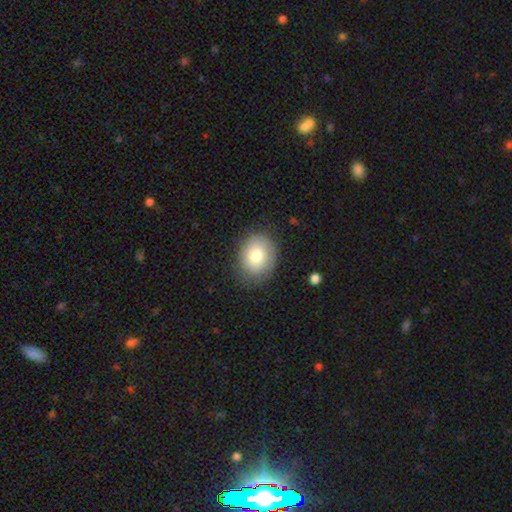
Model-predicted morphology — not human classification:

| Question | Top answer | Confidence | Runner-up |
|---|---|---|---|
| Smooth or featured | smooth | 78% | featured or disk (13%) |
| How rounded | in between | 51% | round (48%) |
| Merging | none | 79% | minor disturbance (15%) |